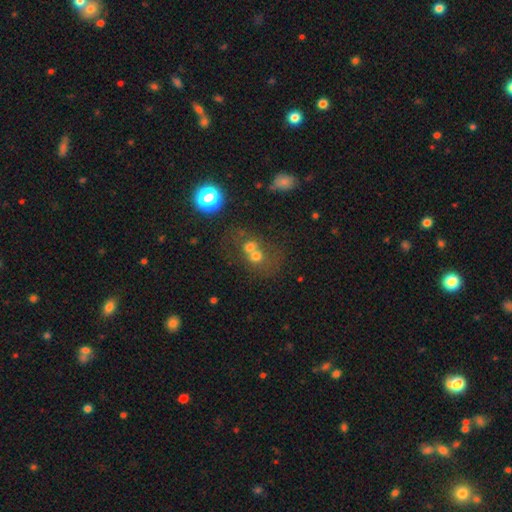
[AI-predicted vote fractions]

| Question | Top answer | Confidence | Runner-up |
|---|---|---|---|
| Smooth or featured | smooth | 60% | featured or disk (22%) |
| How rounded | round | 71% | in between (28%) |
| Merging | merger | 62% | none (26%) |